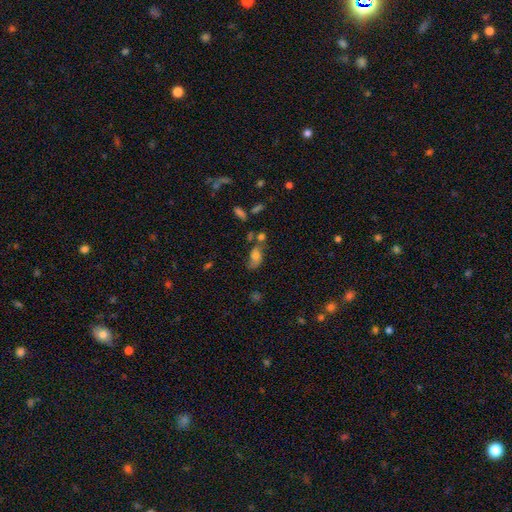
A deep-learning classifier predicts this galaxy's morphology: Smooth or featured: smooth — 62% (featured or disk — 26%)
How rounded: in between — 85% (round — 9%)
Merging: none — 40% (minor disturbance — 24%)